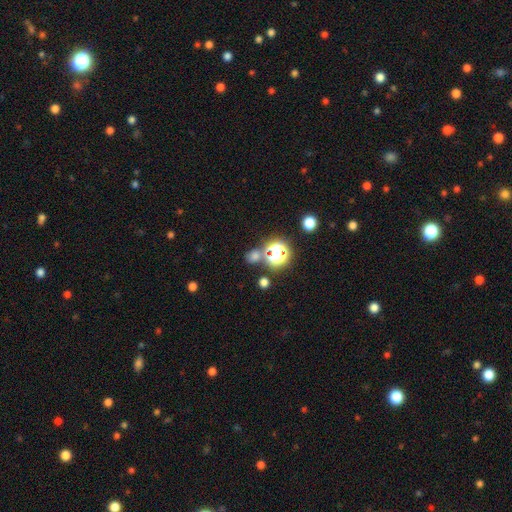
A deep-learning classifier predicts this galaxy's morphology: This is possibly a smooth galaxy (55%). How rounded: clearly round (80%). Merging: likely none (72%).